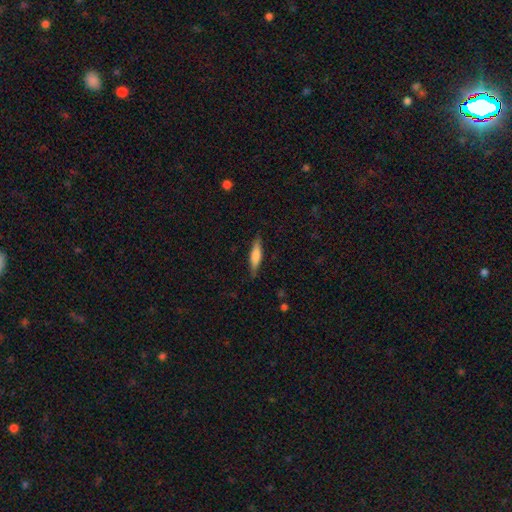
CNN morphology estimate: The model was most divided on "smooth or featured": smooth: 67%, featured or disk: 28%, star or artifact: 6%. More confident: merging — none (84%); how rounded — cigar-shaped (75%).